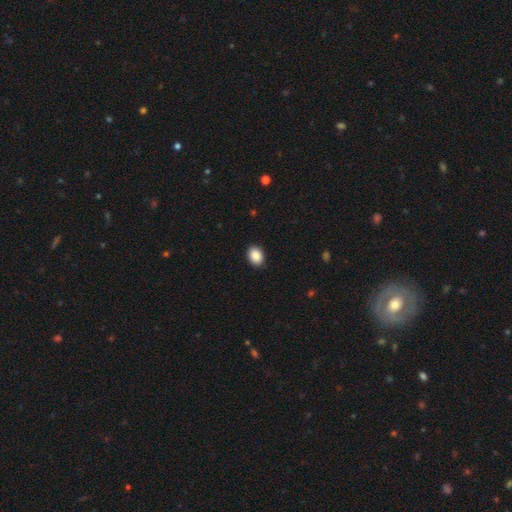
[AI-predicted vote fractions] smooth 89%, star or artifact 8%, featured or disk 3%. Down the decision tree: how rounded — in between (70%); merging — none (91%).